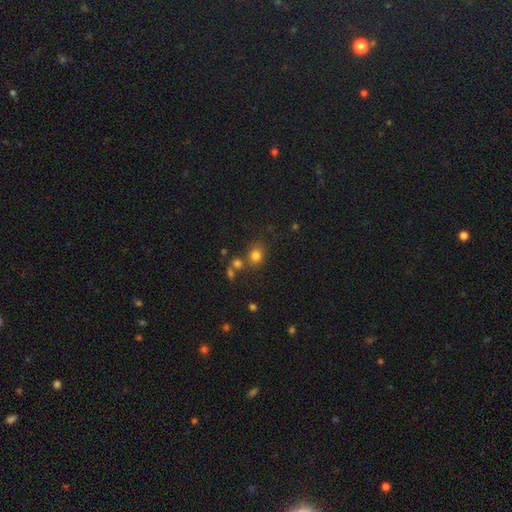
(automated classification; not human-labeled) smooth_or_featured: smooth (p=0.78) [alt: star or artifact p=0.15]
how_rounded: round (p=0.68) [alt: in between p=0.31]
merging: none (p=0.67) [alt: merger p=0.17]